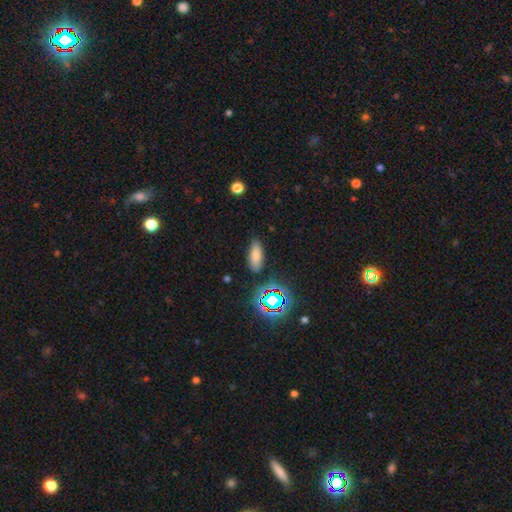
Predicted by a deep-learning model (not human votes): A smooth galaxy with no disk features (74%) that is in between round and cigar-shaped (76%).

Vote fractions:
- Smooth or featured? smooth: 74% / star or artifact: 17% / featured or disk: 9%
- How rounded? in between: 76% / cigar-shaped: 19% / round: 4%
- Merging? none: 83% / minor disturbance: 12% / major disturbance: 3% / merger: 2%